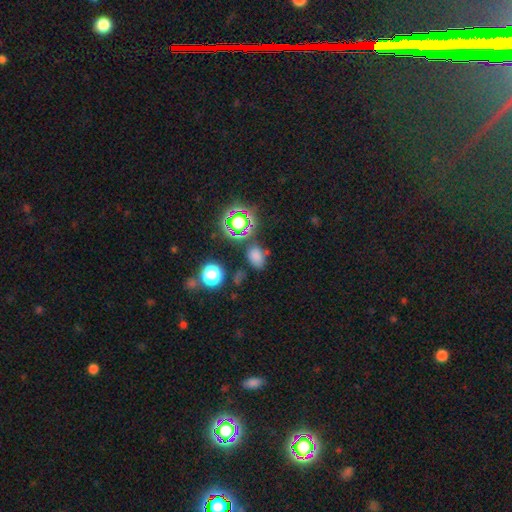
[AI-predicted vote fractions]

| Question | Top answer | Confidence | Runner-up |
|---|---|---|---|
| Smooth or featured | smooth | 64% | star or artifact (28%) |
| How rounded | in between | 71% | round (27%) |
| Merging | none | 68% | minor disturbance (17%) |